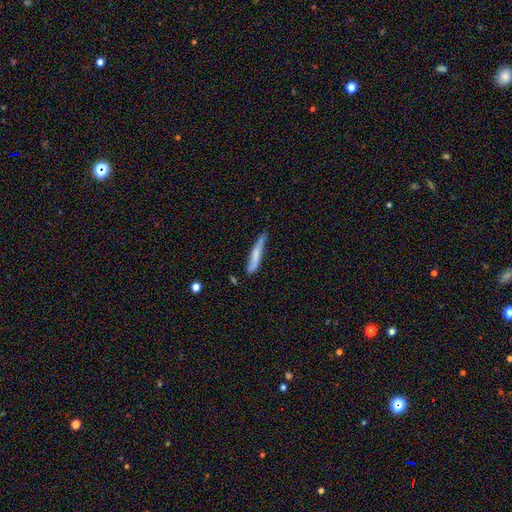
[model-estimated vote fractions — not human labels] smooth 62%, featured or disk 32%, star or artifact 6%. Down the decision tree: how rounded — cigar-shaped (92%); merging — none (61%).